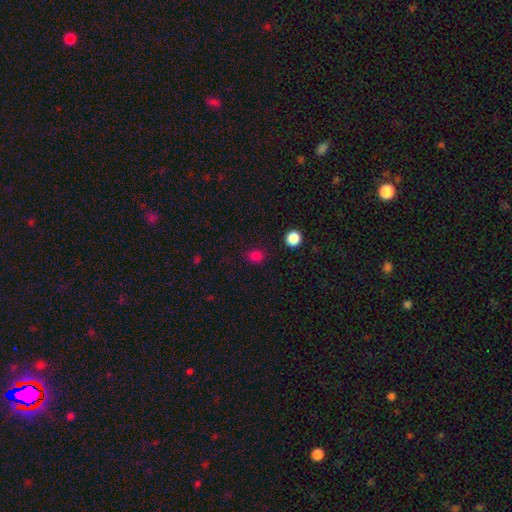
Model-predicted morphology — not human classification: smooth-or-featured: smooth: 79% | star or artifact: 17% | featured or disk: 4%
  how-rounded: round: 76% | in between: 23% | cigar-shaped: 1%
  merging: none: 85% | minor disturbance: 10% | major disturbance: 3% | merger: 2%